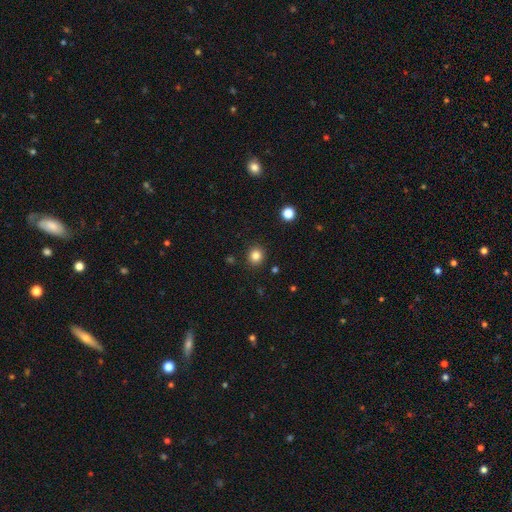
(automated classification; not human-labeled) Overall: smooth (83%). How rounded: round (89%). Merging: none (91%).